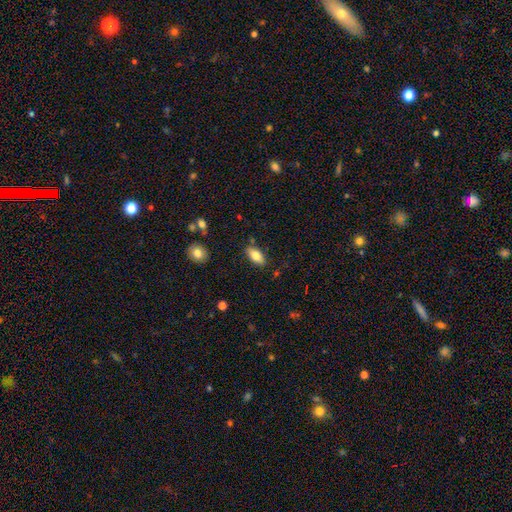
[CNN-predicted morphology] smooth 79%, featured or disk 14%, star or artifact 7%. Down the decision tree: how rounded — in between (88%); merging — none (83%).